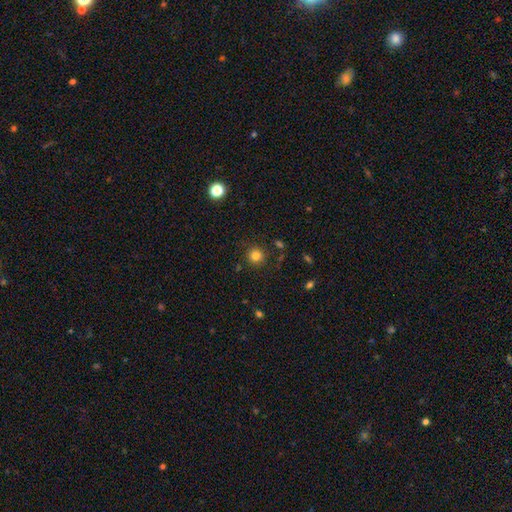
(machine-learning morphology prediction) A smooth galaxy with no disk features (81%) that is round (93%). Merging: none (88%).